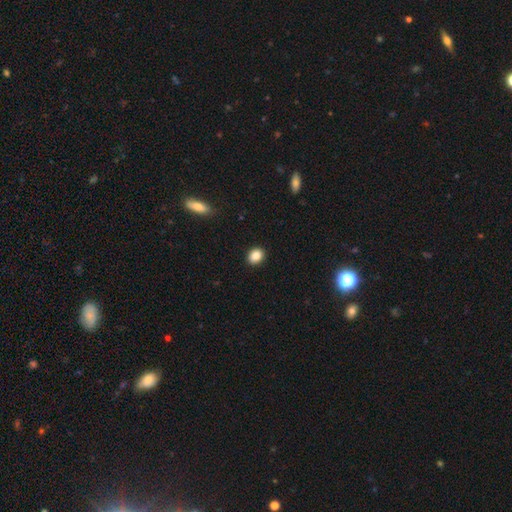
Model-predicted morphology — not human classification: A smooth galaxy with no disk features (87%) that is round (51%).

Vote fractions:
- Smooth or featured? smooth: 87% / star or artifact: 9% / featured or disk: 4%
- How rounded? round: 51% / in between: 48% / cigar-shaped: 1%
- Merging? none: 90% / minor disturbance: 7% / major disturbance: 2% / merger: 1%